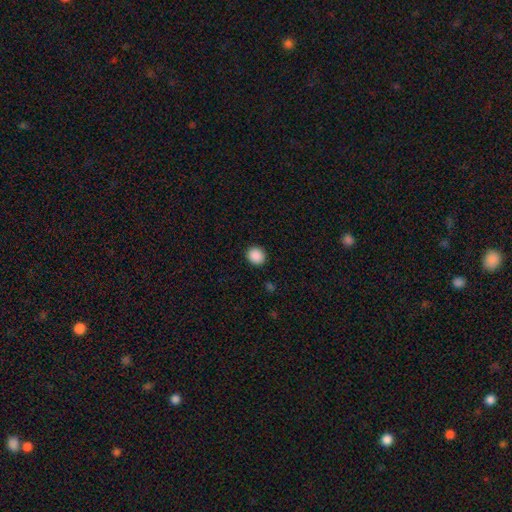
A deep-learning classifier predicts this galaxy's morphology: A smooth galaxy with no disk features (89%) that is round (83%). Merging: none (92%).